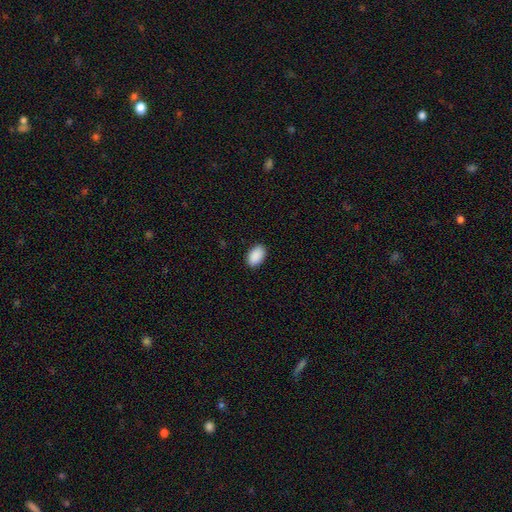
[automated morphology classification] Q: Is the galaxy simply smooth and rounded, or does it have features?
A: smooth — 91%.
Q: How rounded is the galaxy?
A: in between — 93%.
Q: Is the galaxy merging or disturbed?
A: none — 90%.